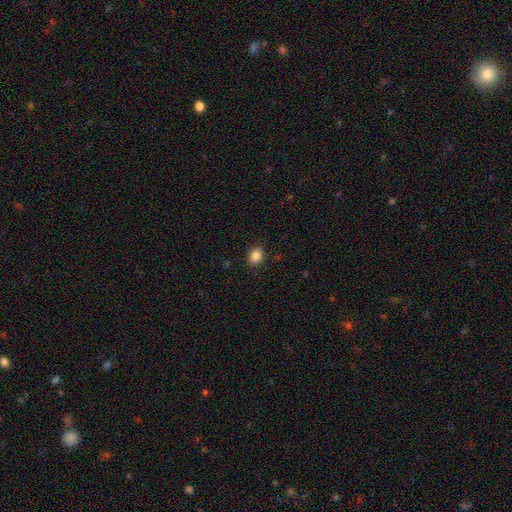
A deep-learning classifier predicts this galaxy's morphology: Overall: smooth (86%). How rounded: round (68%; in between 32%). Merging: none (89%).